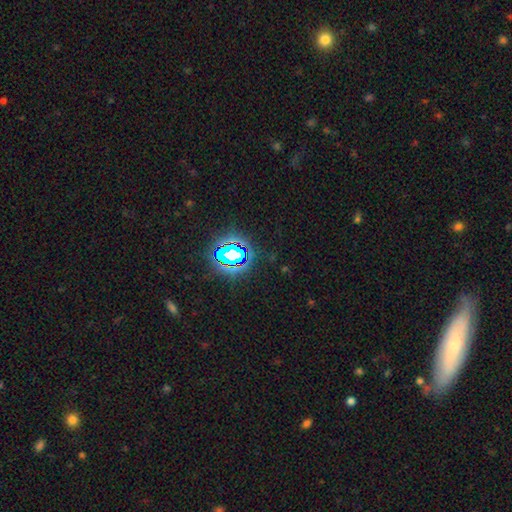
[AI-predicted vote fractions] Smooth or featured? star or artifact (77%)